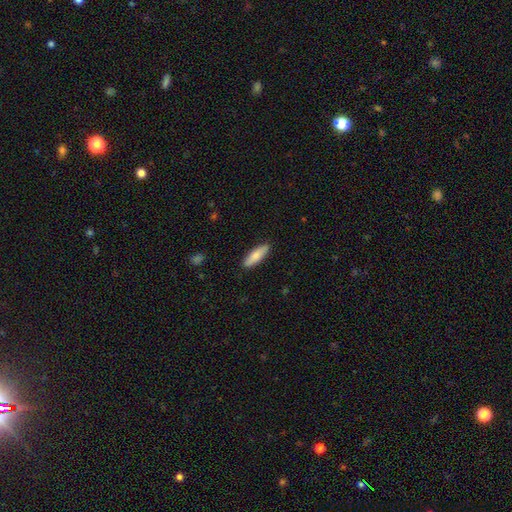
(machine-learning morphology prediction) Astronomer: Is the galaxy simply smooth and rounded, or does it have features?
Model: smooth — 78%.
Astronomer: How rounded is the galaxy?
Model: cigar-shaped — 49%, tied with in between at 49%.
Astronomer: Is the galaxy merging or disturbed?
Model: none — 89%.